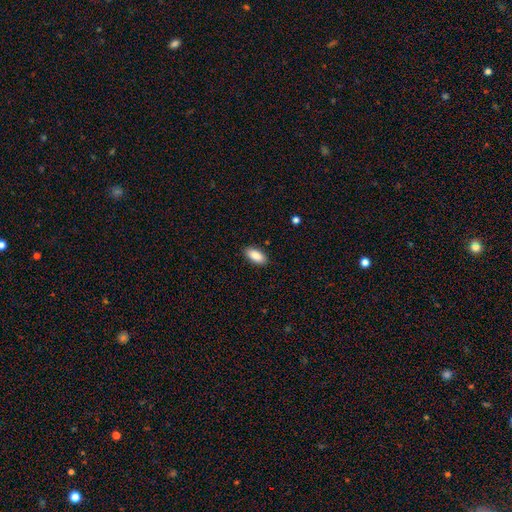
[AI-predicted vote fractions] smooth-or-featured: smooth: 88% | star or artifact: 7% | featured or disk: 5%
  how-rounded: in between: 90% | cigar-shaped: 8% | round: 2%
  merging: none: 89% | minor disturbance: 8% | major disturbance: 2% | merger: 1%